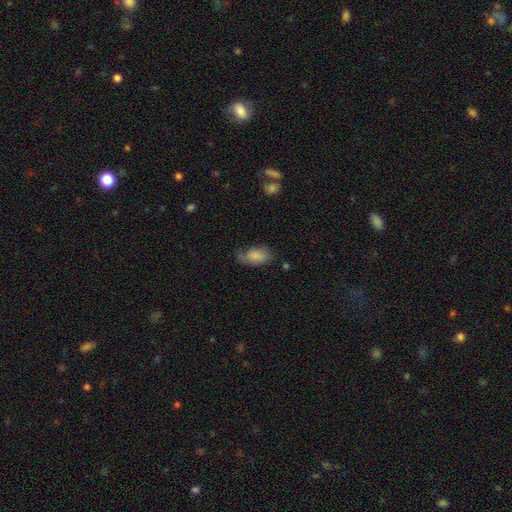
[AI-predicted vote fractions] This is clearly a smooth galaxy (80%). How rounded: clearly in between (91%). Merging: possibly none (50%).